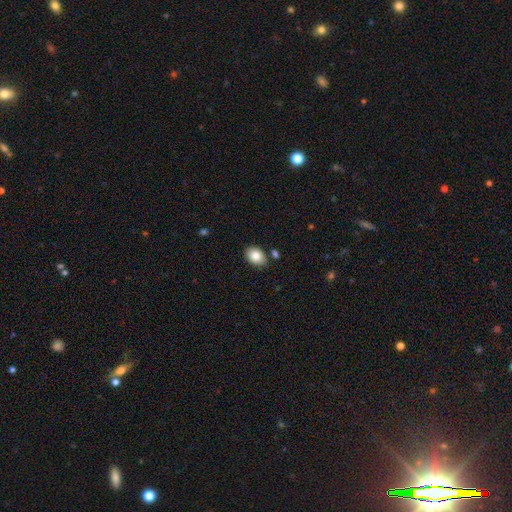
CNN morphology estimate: smooth-or-featured: smooth: 83% | featured or disk: 9% | star or artifact: 8%
  how-rounded: in between: 77% | round: 22% | cigar-shaped: 1%
  merging: none: 82% | minor disturbance: 11% | merger: 5% | major disturbance: 2%